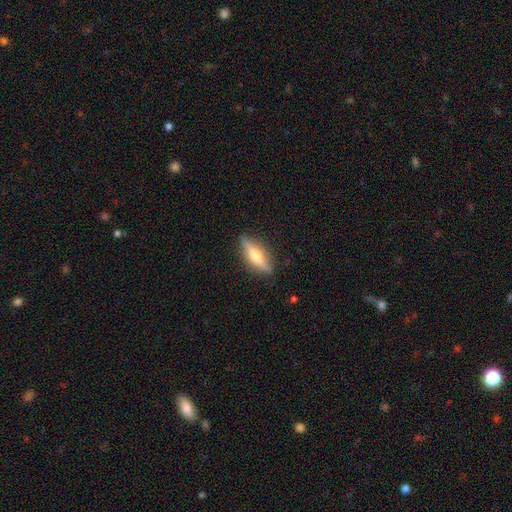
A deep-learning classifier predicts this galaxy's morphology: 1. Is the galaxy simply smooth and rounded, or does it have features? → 59% featured or disk, 35% smooth, 6% star or artifact.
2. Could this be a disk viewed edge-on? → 93% yes, 7% no.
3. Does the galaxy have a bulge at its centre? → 90% rounded, 6% boxy, 5% none.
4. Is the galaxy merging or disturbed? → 86% none, 10% minor disturbance, 2% major disturbance, 1% merger.